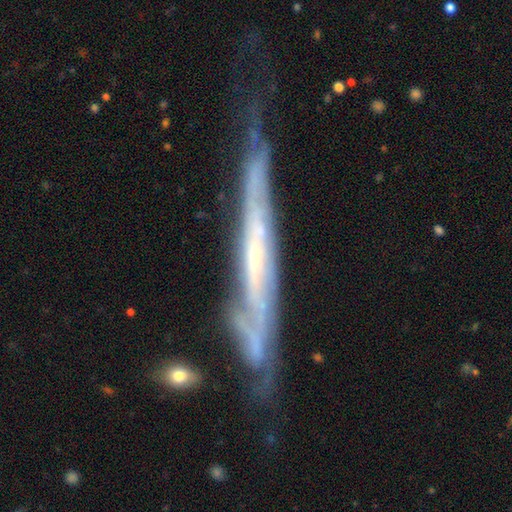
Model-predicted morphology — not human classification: Smooth or featured: featured or disk — 83% (smooth — 11%)
Edge-on disk: yes — 66% (no — 34%)
Edge-on bulge: none — 71% (rounded — 23%)
Merging: none — 54% (minor disturbance — 28%)